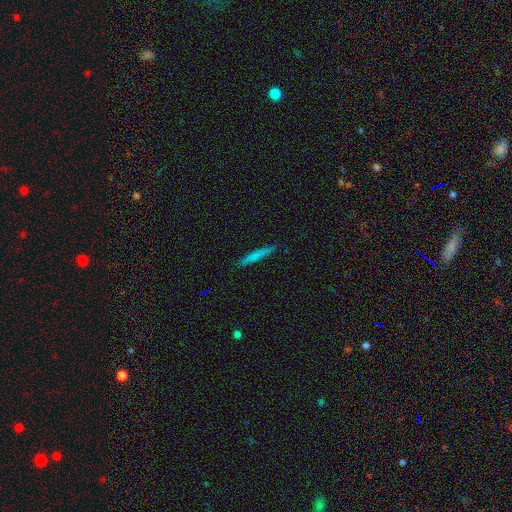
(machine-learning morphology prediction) Smooth or featured? Predicted: smooth (p=0.69). How rounded? Predicted: cigar-shaped (p=0.95). Merging? Predicted: none (p=0.90).